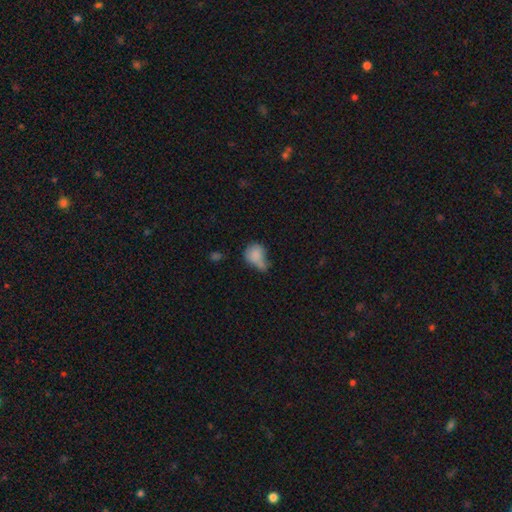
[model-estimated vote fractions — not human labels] Q: Smooth or featured?
A: smooth (77%); runner-up: featured or disk (13%)
Q: How rounded?
A: in between (49%); tied with: round (49%)
Q: Merging?
A: minor disturbance (31%); runner-up: none (27%)